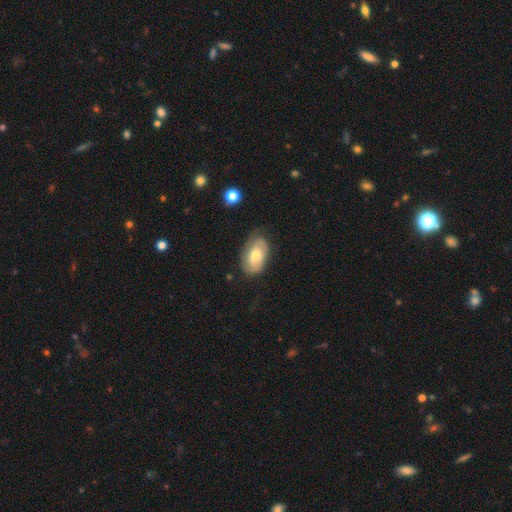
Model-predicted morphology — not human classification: type=smooth (51%); roundness=in between (91%); merging=none (64%).